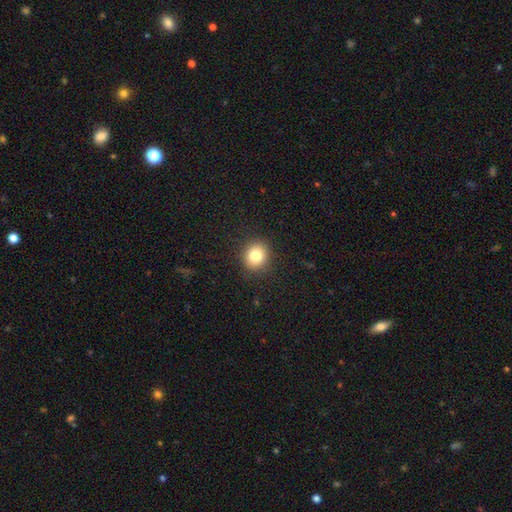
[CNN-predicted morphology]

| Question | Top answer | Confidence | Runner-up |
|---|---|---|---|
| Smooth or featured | smooth | 81% | star or artifact (11%) |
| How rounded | round | 82% | in between (17%) |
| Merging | none | 91% | minor disturbance (6%) |